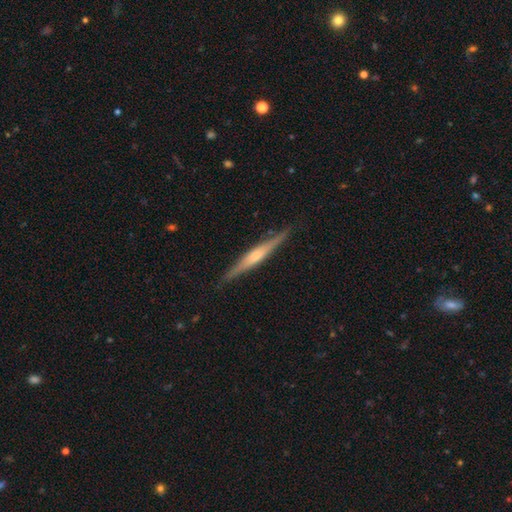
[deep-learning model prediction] Morphology: type=featured or disk (65%); edge-on=yes (97%); edge-on bulge=rounded (59%); merging=none (89%).